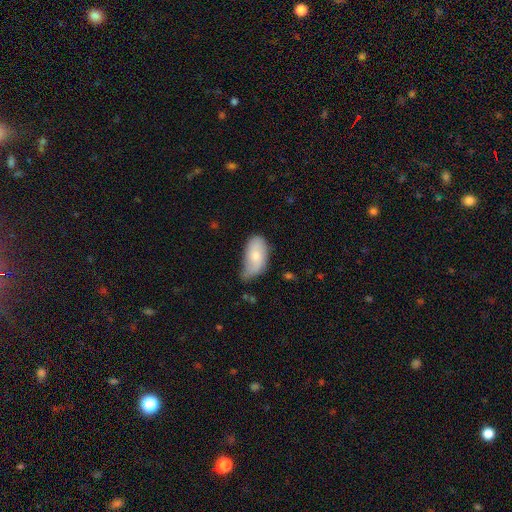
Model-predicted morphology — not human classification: Smooth or featured? Predicted: smooth (p=0.71). How rounded? Predicted: in between (p=0.94). Merging? Predicted: minor disturbance (p=0.46).